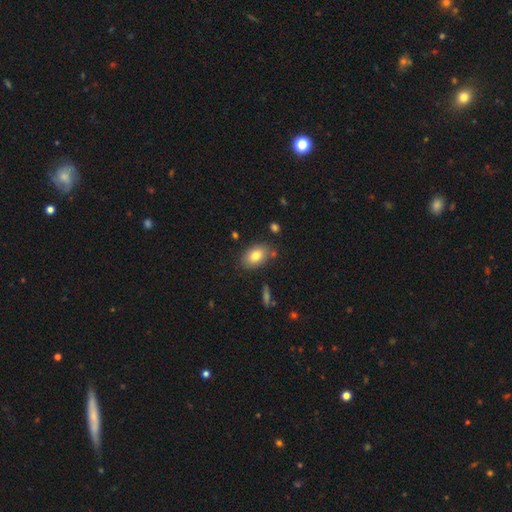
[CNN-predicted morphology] Smooth or featured? smooth (79%)
How rounded? in between (86%)
Merging? none (79%)